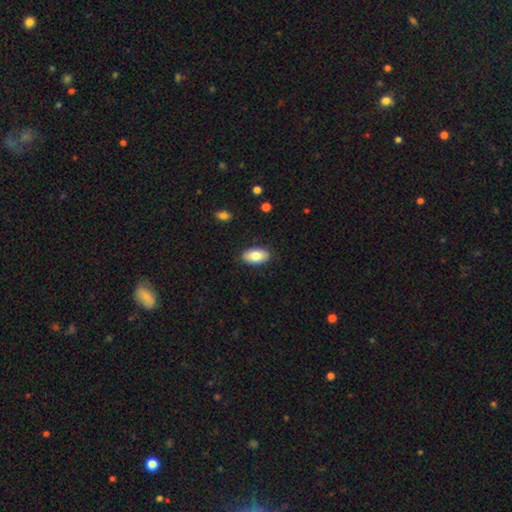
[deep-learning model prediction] Overall: smooth (82%). How rounded: in between (94%). Merging: none (88%).